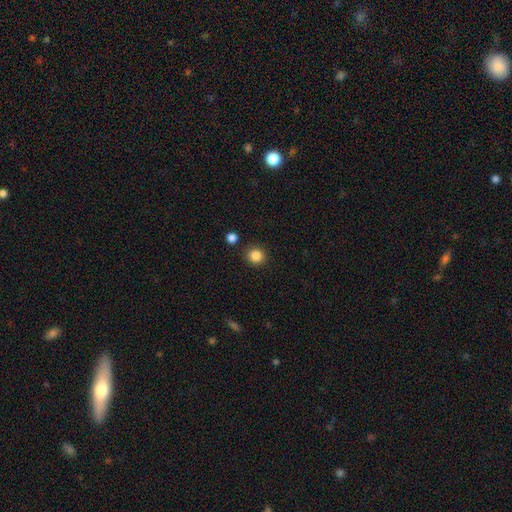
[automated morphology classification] A smooth galaxy with no disk features (86%) that is round (88%).

Vote fractions:
- Smooth or featured? smooth: 86% / star or artifact: 11% / featured or disk: 4%
- How rounded? round: 88% / in between: 11% / cigar-shaped: 1%
- Merging? none: 88% / minor disturbance: 7% / merger: 3% / major disturbance: 2%